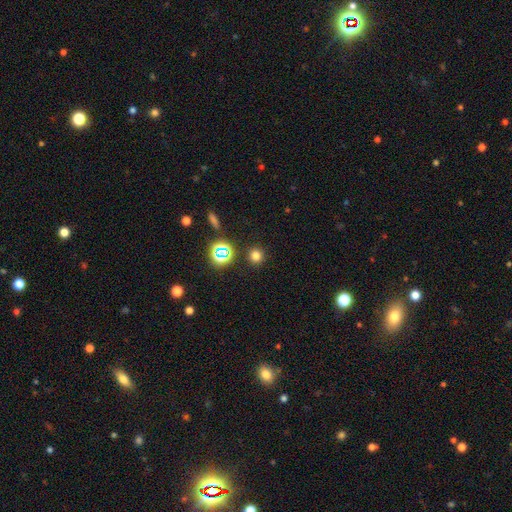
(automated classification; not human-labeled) A smooth galaxy with no disk features (73%) that is round (91%).

Vote fractions:
- Smooth or featured? smooth: 73% / star or artifact: 21% / featured or disk: 6%
- How rounded? round: 91% / in between: 8% / cigar-shaped: 1%
- Merging? none: 89% / minor disturbance: 6% / major disturbance: 2% / merger: 2%